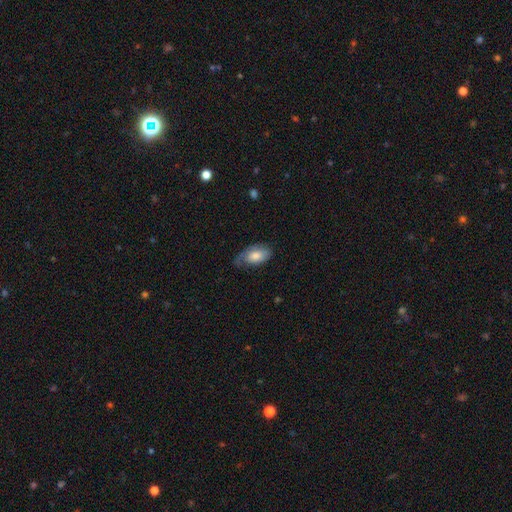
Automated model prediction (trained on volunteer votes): smooth_or_featured: smooth (p=0.63) [alt: featured or disk p=0.31]
how_rounded: in between (p=0.93) [alt: round p=0.04]
merging: none (p=0.45) [alt: minor disturbance p=0.34]